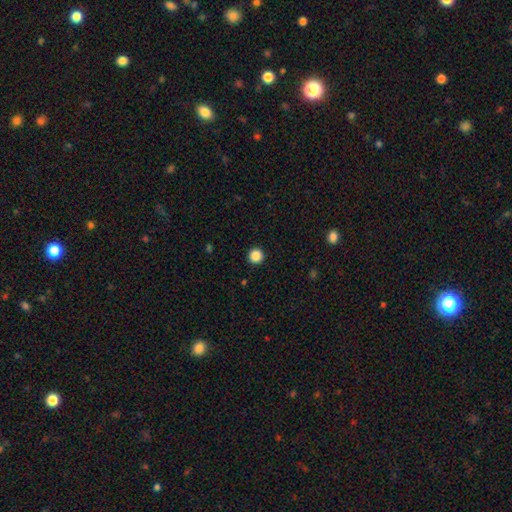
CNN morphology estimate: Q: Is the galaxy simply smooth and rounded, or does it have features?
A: smooth — 87%.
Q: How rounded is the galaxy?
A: round — 96%.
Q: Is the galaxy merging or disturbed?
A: none — 94%.